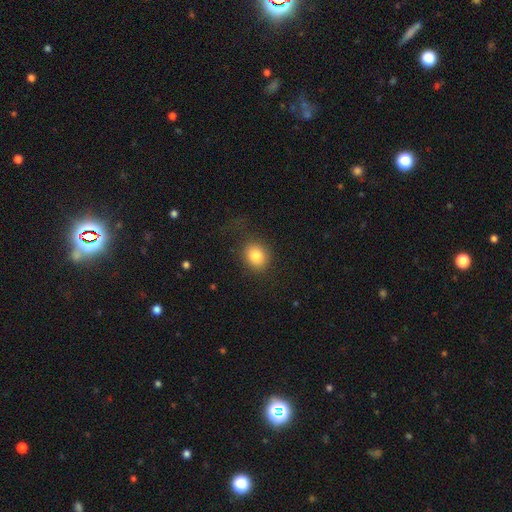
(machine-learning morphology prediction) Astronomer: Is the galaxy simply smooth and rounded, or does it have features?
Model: smooth — 82%.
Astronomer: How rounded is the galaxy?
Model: round — 63%.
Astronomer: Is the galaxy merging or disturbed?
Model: none — 73%.